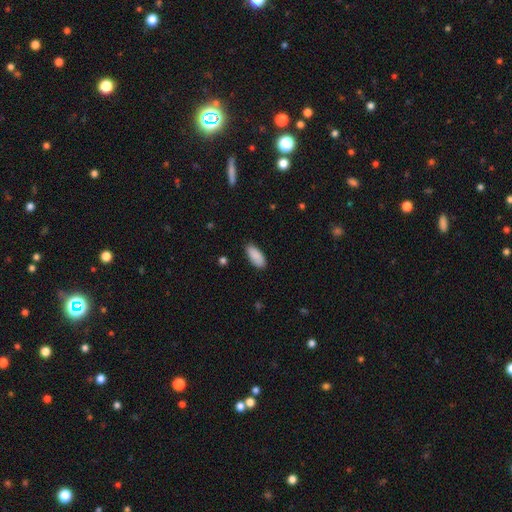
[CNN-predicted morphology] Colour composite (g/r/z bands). It shows a smooth galaxy with no disk features (90%) that is in between round and cigar-shaped (88%). Merging: none (86%).